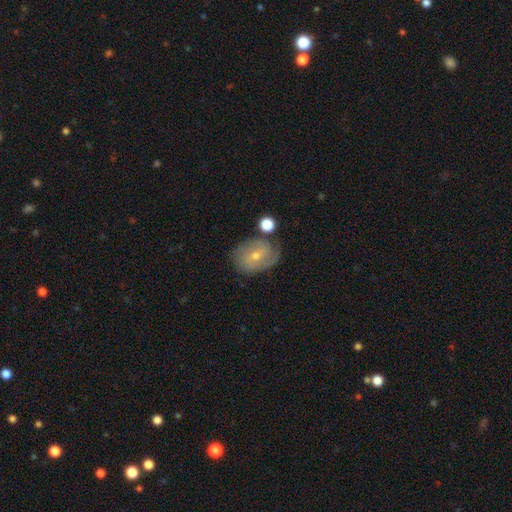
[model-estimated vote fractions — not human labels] Smooth or featured: featured or disk — 53% (smooth — 39%)
Edge-on disk: no — 95% (yes — 5%)
Merging: none — 62% (minor disturbance — 22%)